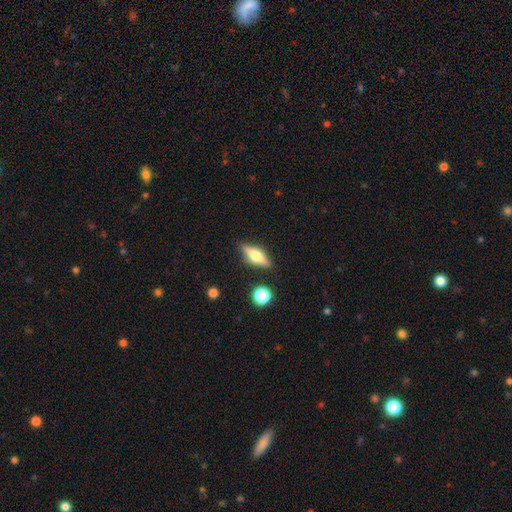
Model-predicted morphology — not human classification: Smooth or featured? featured or disk (48%)
Merging? none (86%)